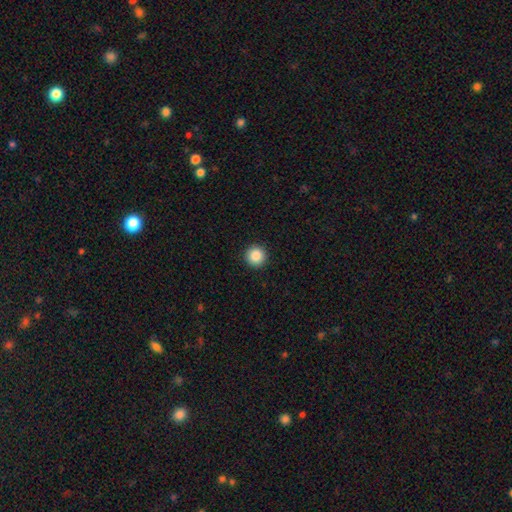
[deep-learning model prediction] Morphology: type=smooth (87%); roundness=round (96%); merging=none (93%).